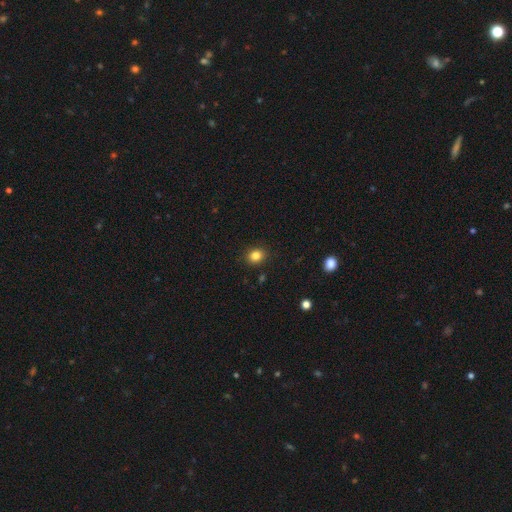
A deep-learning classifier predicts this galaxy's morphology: Smooth or featured?
  - smooth: 84% *
  - star or artifact: 12%
  - featured or disk: 5%
How rounded?
  - round: 70% *
  - in between: 29%
  - cigar-shaped: 1%
Merging?
  - none: 89% *
  - minor disturbance: 7%
  - major disturbance: 2%
  - merger: 1%